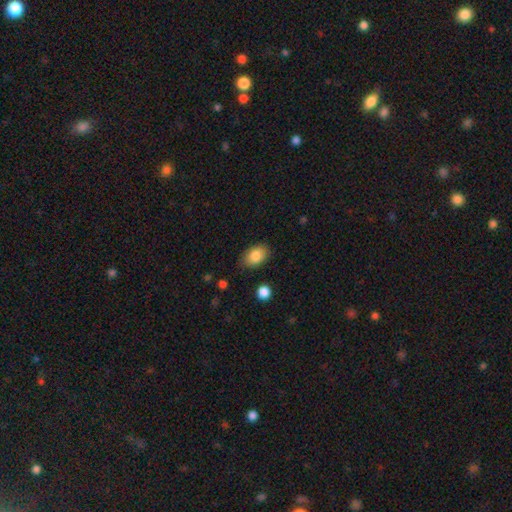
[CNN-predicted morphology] smooth_or_featured: smooth (p=0.84) [alt: featured or disk p=0.09]
how_rounded: in between (p=0.87) [alt: round p=0.11]
merging: none (p=0.81) [alt: minor disturbance p=0.14]